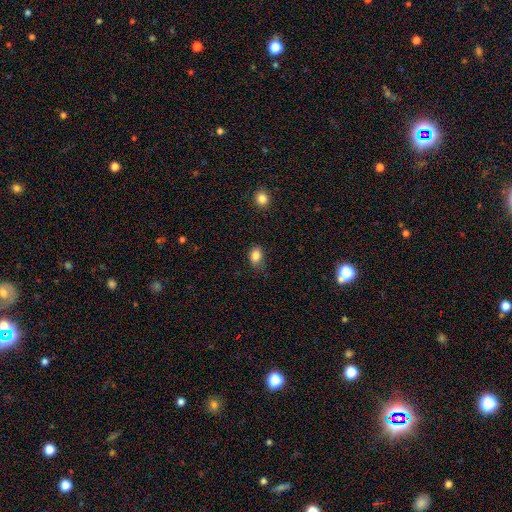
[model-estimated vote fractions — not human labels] Q: Smooth or featured?
A: smooth (85%); runner-up: star or artifact (10%)
Q: How rounded?
A: in between (73%); runner-up: round (25%)
Q: Merging?
A: none (73%); runner-up: minor disturbance (21%)